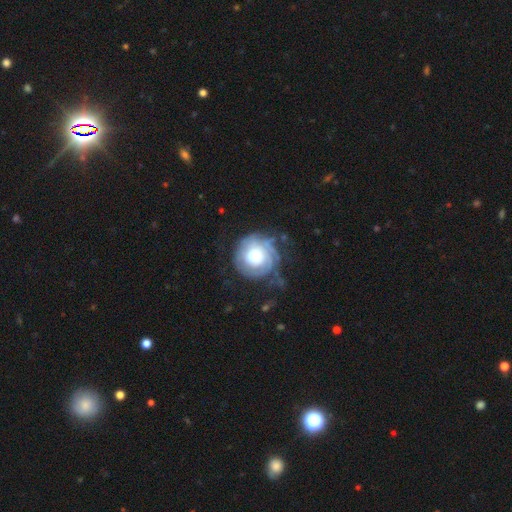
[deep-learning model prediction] Smooth or featured: featured or disk — 65% (smooth — 28%)
Edge-on disk: no — 98% (yes — 2%)
Bar: no — 79% (weak — 17%)
Spiral arms: yes — 84% (no — 16%)
Spiral winding: tight — 73% (medium — 19%)
Spiral arm count: can't tell — 50% (2 — 18%)
Bulge size: large — 41% (moderate — 34%)
Merging: none — 57% (minor disturbance — 23%)